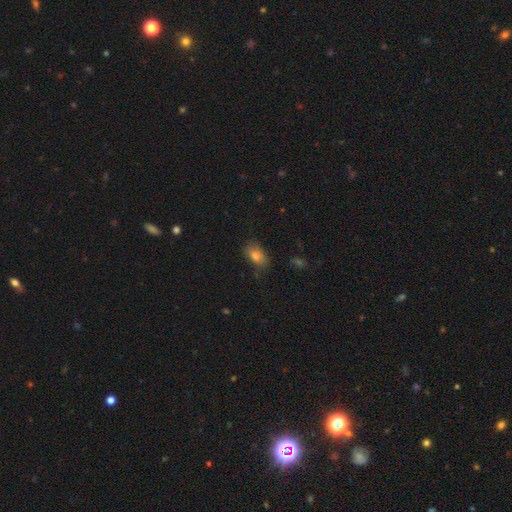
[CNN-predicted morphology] smooth 78%, star or artifact 11%, featured or disk 11%. Down the decision tree: how rounded — in between (87%); merging — none (75%).